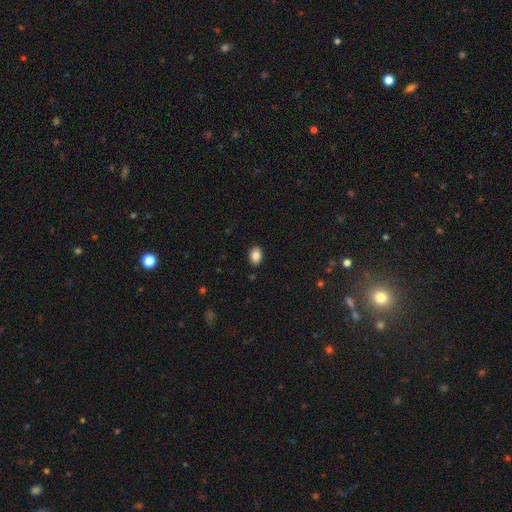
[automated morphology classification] A smooth galaxy with no disk features (86%) that is in between round and cigar-shaped (81%).

Vote fractions:
- Smooth or featured? smooth: 86% / star or artifact: 8% / featured or disk: 5%
- How rounded? in between: 81% / round: 18% / cigar-shaped: 1%
- Merging? none: 89% / minor disturbance: 8% / major disturbance: 2% / merger: 1%